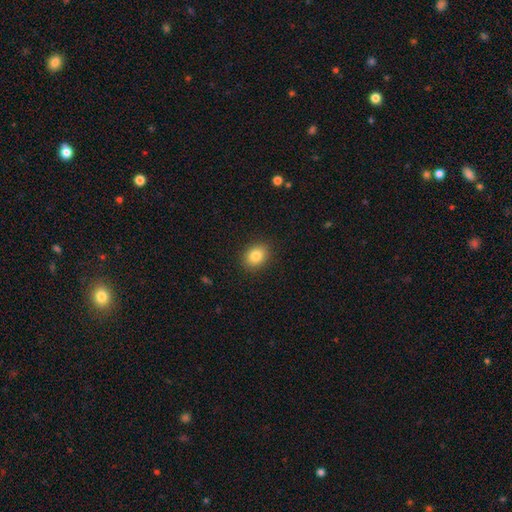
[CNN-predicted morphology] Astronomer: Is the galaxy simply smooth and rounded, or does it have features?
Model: smooth — 84%.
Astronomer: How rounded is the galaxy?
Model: in between — 61% (runner-up: round, 38%).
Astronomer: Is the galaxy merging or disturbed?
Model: none — 89%.